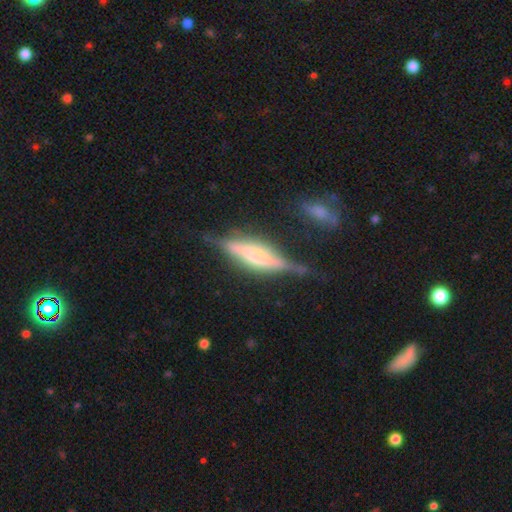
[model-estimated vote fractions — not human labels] featured or disk 72%, smooth 21%, star or artifact 7%. Down the decision tree: edge-on disk — yes (92%); edge-on bulge — boxy (48%); merging — none (61%).